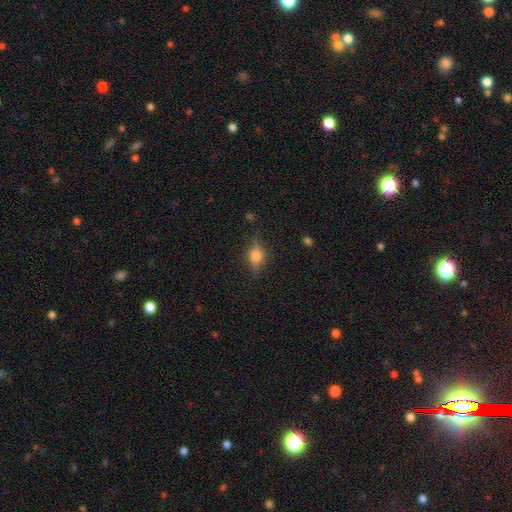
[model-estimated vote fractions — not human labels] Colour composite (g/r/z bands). It shows a featured or disk galaxy (48%). Merging: none (80%).